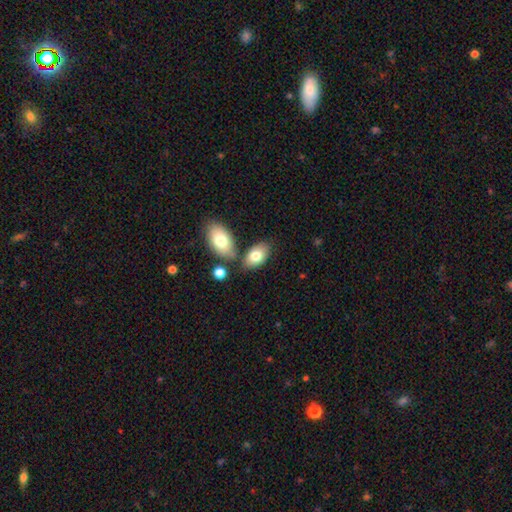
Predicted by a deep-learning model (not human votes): Smooth or featured: smooth — 77% (featured or disk — 16%)
How rounded: in between — 92% (round — 6%)
Merging: none — 62% (merger — 20%)